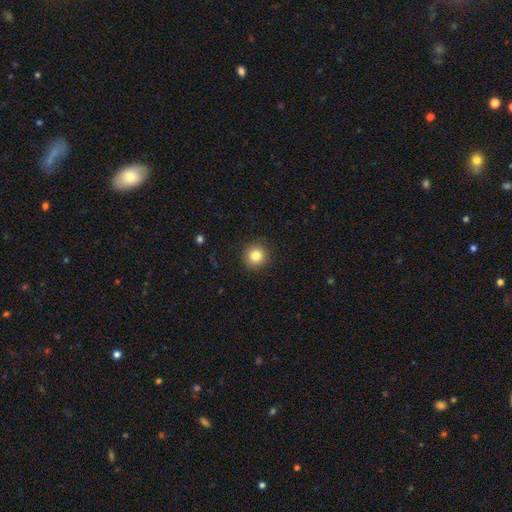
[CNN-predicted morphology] smooth-or-featured: smooth: 83% | star or artifact: 11% | featured or disk: 6%
  how-rounded: round: 94% | in between: 5% | cigar-shaped: 1%
  merging: none: 91% | minor disturbance: 6% | major disturbance: 2% | merger: 1%